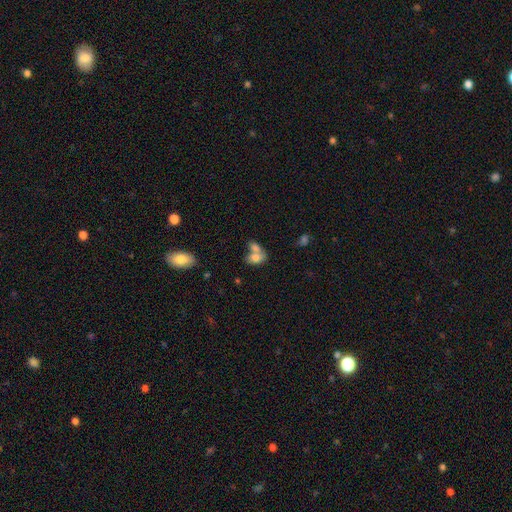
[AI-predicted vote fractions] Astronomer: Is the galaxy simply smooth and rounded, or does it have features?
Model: smooth — 73%.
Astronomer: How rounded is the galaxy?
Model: in between — 80%.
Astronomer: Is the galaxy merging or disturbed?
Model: merger — 62%.